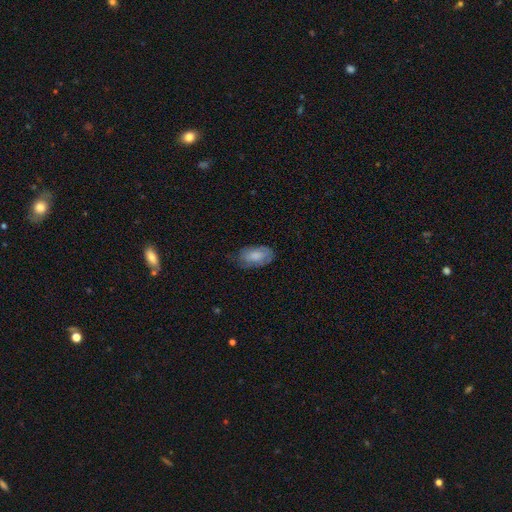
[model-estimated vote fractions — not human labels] smooth 71%, featured or disk 22%, star or artifact 7%. Down the decision tree: how rounded — in between (93%); merging — none (58%).